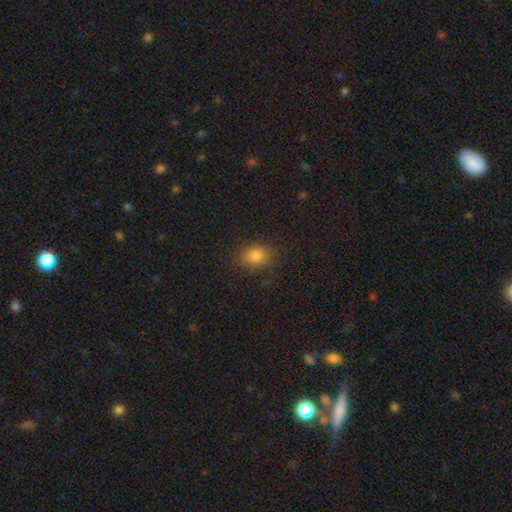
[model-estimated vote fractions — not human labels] Smooth or featured? Predicted: smooth (p=0.81). How rounded? Predicted: in between (p=0.58). Merging? Predicted: none (p=0.84).